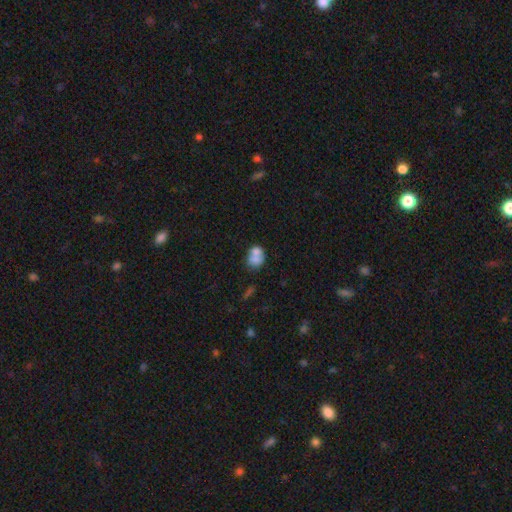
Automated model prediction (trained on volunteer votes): smooth-or-featured: smooth: 72% | featured or disk: 19% | star or artifact: 10%
  how-rounded: in between: 50% | round: 49% | cigar-shaped: 1%
  merging: merger: 56% | none: 28% | minor disturbance: 11% | major disturbance: 6%